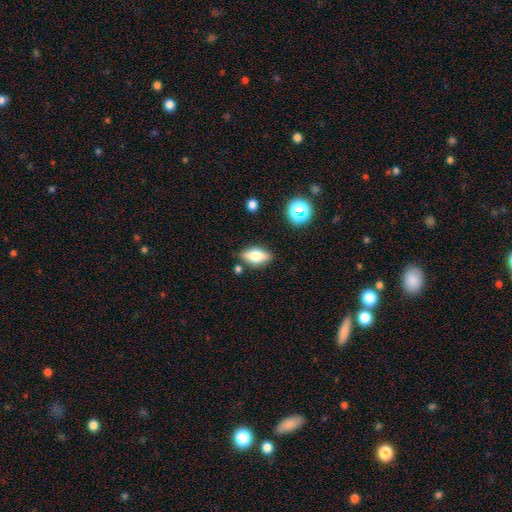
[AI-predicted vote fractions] A smooth galaxy with no disk features (60%) that is in between round and cigar-shaped (81%).

Vote fractions:
- Smooth or featured? smooth: 60% / featured or disk: 31% / star or artifact: 9%
- How rounded? in between: 81% / cigar-shaped: 13% / round: 6%
- Merging? none: 81% / minor disturbance: 12% / merger: 4% / major disturbance: 3%